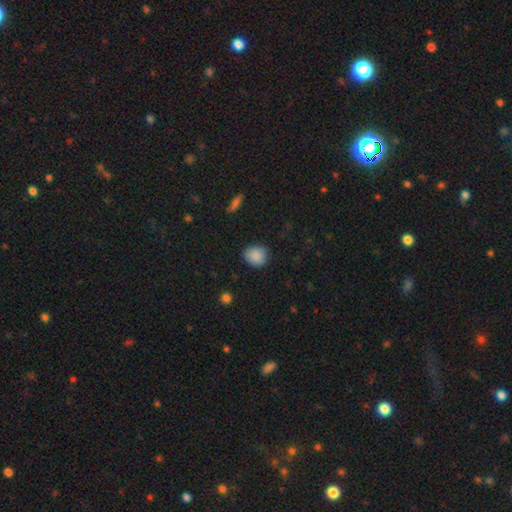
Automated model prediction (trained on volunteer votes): Overall: smooth (88%). How rounded: round (72%). Merging: none (83%).